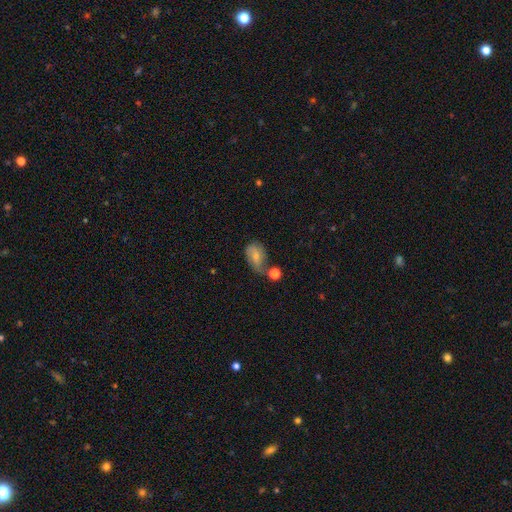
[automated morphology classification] This is possibly a smooth galaxy (57%). How rounded: likely in between (80%). Merging: marginally none (39%).